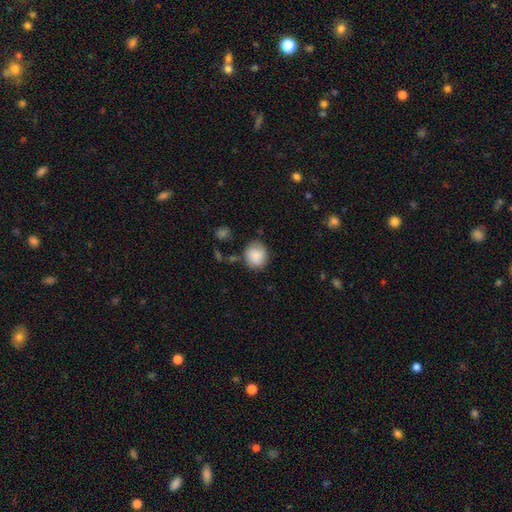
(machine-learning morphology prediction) smooth 86%, star or artifact 7%, featured or disk 7%. Down the decision tree: how rounded — round (79%); merging — none (75%).